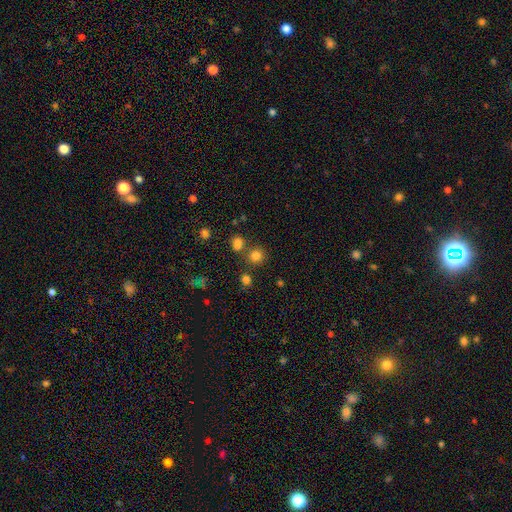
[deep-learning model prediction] This is likely a smooth galaxy (79%). How rounded: clearly round (87%). Merging: likely none (73%).